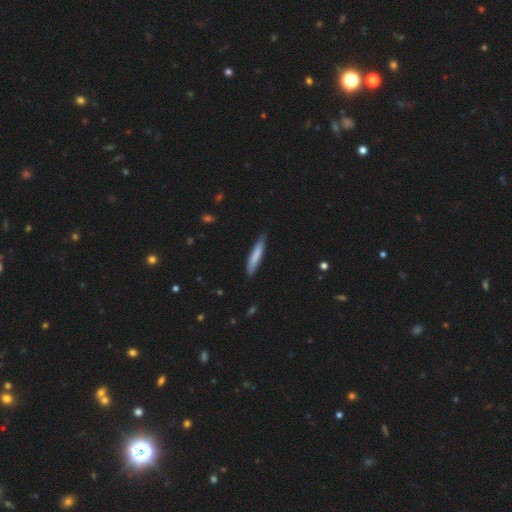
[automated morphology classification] smooth-or-featured: smooth: 78% | featured or disk: 17% | star or artifact: 5%
  how-rounded: cigar-shaped: 90% | in between: 9% | round: 1%
  merging: none: 82% | minor disturbance: 15% | major disturbance: 2% | merger: 1%